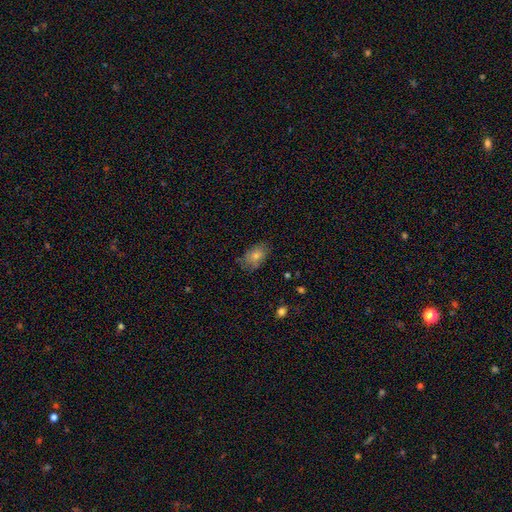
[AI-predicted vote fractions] smooth 67%, featured or disk 19%, star or artifact 15%. Down the decision tree: how rounded — in between (82%); merging — none (73%).